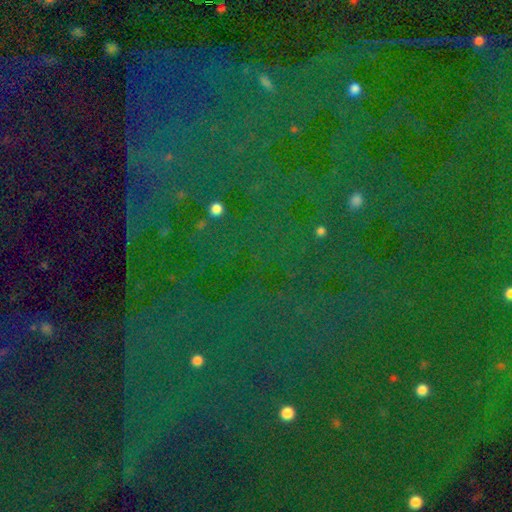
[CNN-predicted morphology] Smooth or featured? star or artifact (84%)